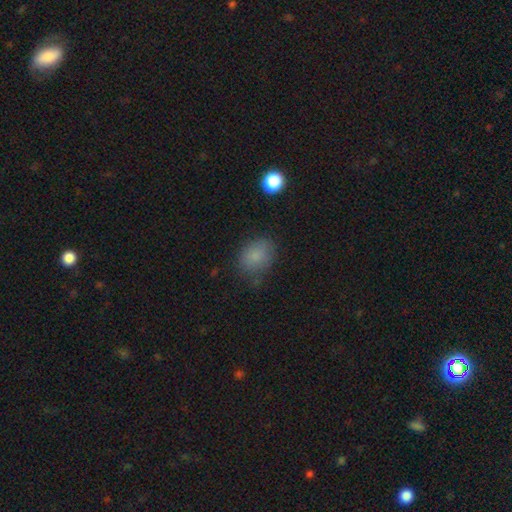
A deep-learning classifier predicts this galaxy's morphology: type=smooth (82%); roundness=in between (61%); merging=none (69%).